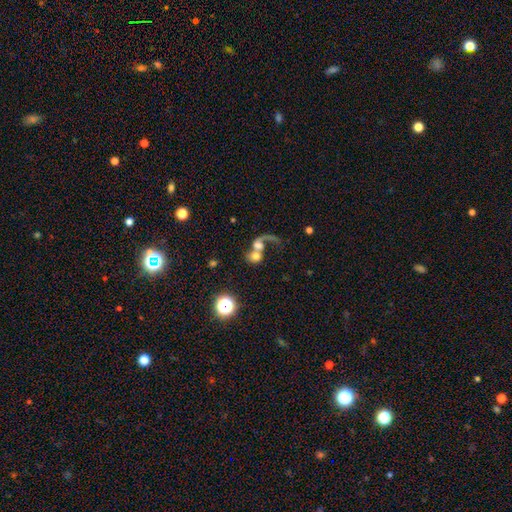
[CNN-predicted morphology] A smooth galaxy with no disk features (47%).

Vote fractions:
- Smooth or featured? smooth: 47% / featured or disk: 39% / star or artifact: 13%
- Merging? merger: 67% / major disturbance: 14% / none: 14% / minor disturbance: 5%